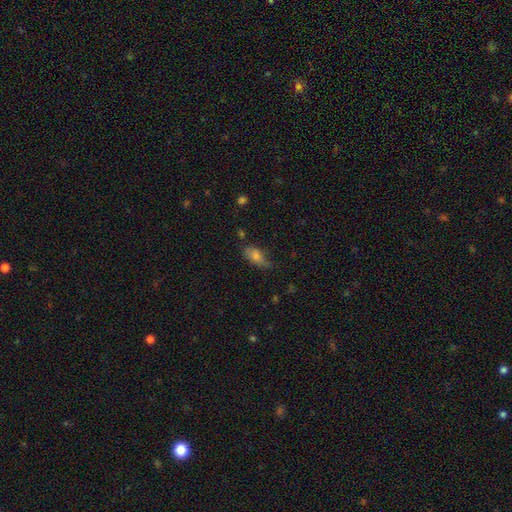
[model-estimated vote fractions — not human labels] smooth 70%, featured or disk 19%, star or artifact 11%. Down the decision tree: how rounded — in between (79%); merging — none (52%).